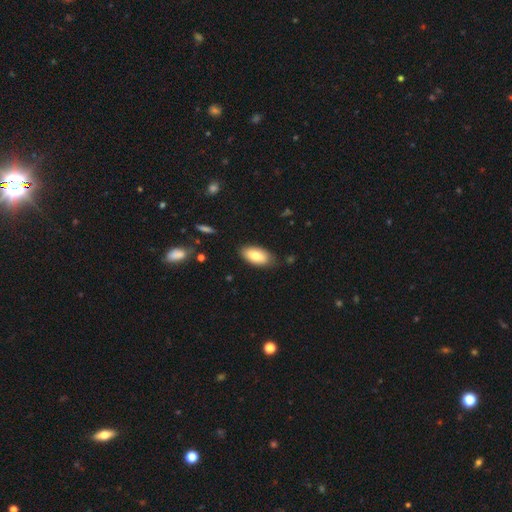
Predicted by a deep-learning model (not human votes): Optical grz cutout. It shows a smooth galaxy with no disk features (80%) that is in between round and cigar-shaped (92%). Merging: none (82%).